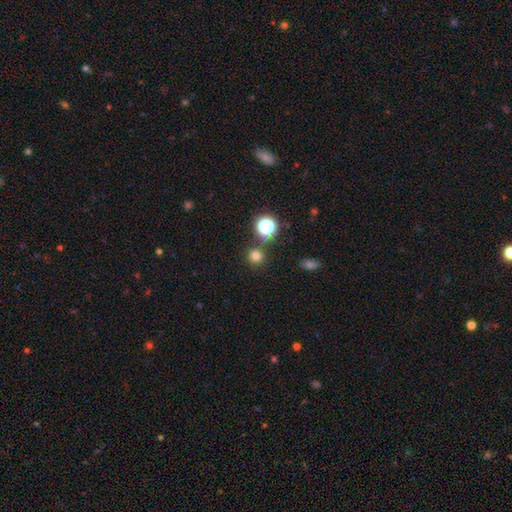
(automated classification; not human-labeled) Smooth or featured?
  - smooth: 75% *
  - star or artifact: 20%
  - featured or disk: 5%
How rounded?
  - round: 94% *
  - in between: 5%
  - cigar-shaped: 1%
Merging?
  - none: 84% *
  - minor disturbance: 7%
  - merger: 6%
  - major disturbance: 3%